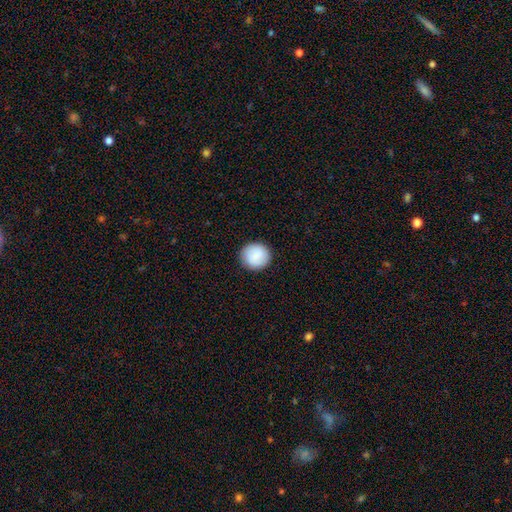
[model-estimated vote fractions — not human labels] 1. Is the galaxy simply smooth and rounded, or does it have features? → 86% smooth, 8% featured or disk, 6% star or artifact.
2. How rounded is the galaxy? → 93% round, 6% in between, 1% cigar-shaped.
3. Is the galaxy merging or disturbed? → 91% none, 6% minor disturbance, 2% major disturbance, 1% merger.